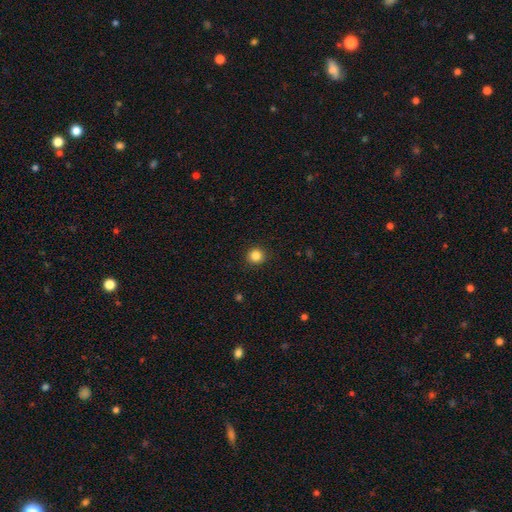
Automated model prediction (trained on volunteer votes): The model was most divided on "smooth or featured": smooth: 85%, star or artifact: 11%, featured or disk: 4%. More confident: how rounded — round (93%); merging — none (91%).